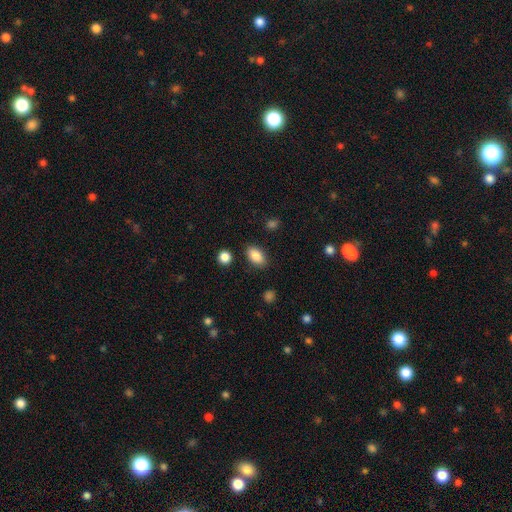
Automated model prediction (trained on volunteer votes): Morphology: type=smooth (87%); roundness=in between (91%); merging=none (86%).